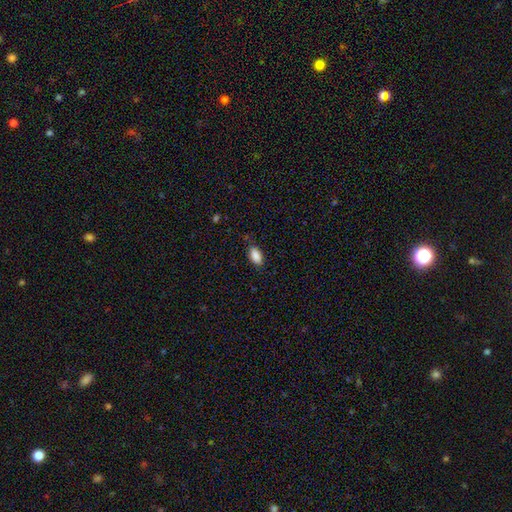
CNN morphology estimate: Smooth or featured? Predicted: smooth (p=0.89). How rounded? Predicted: in between (p=0.92). Merging? Predicted: none (p=0.84).